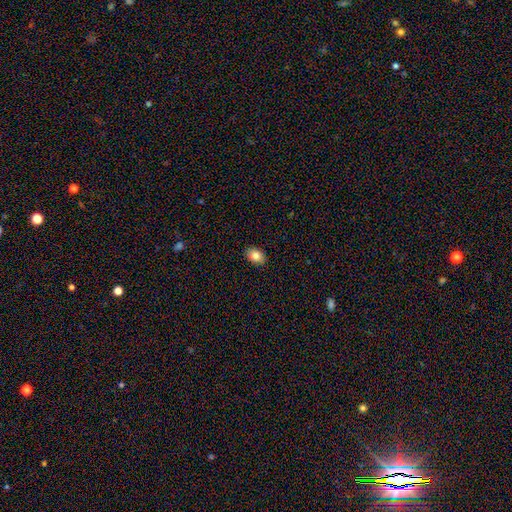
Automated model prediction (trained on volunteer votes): The model was most divided on "how rounded": in between: 81%, round: 18%, cigar-shaped: 1%. More confident: merging — none (90%); smooth or featured — smooth (84%).